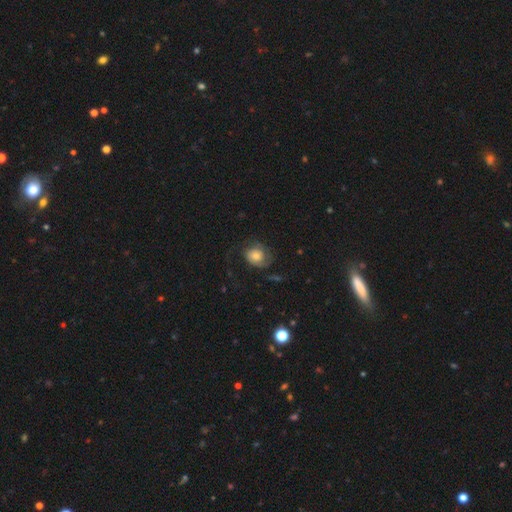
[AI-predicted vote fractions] This appears to be a featured or disk galaxy (50%). Merging: none (53%).